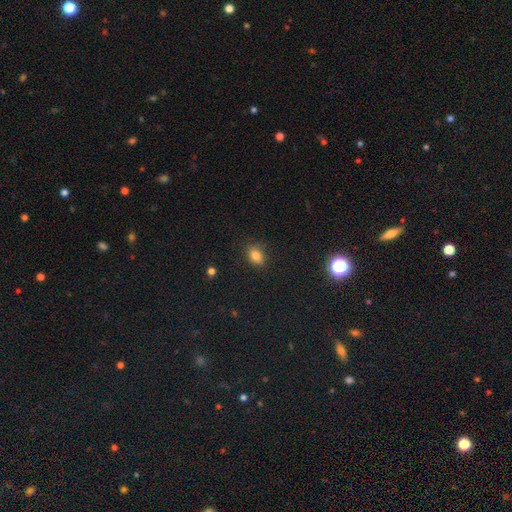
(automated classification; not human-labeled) A smooth galaxy with no disk features (80%) that is in between round and cigar-shaped (79%).

Vote fractions:
- Smooth or featured? smooth: 80% / star or artifact: 13% / featured or disk: 7%
- How rounded? in between: 79% / round: 19% / cigar-shaped: 2%
- Merging? none: 82% / minor disturbance: 13% / major disturbance: 3% / merger: 1%